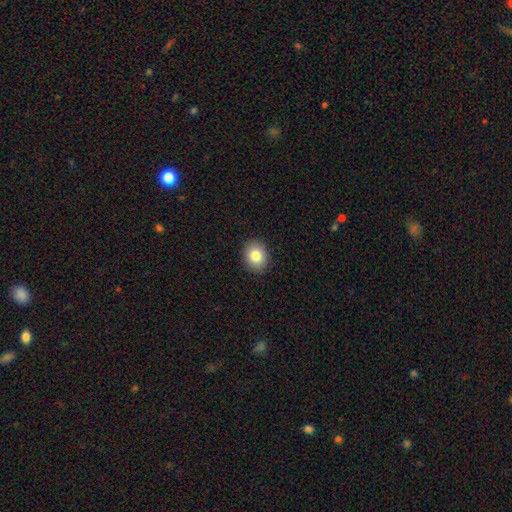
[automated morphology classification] A smooth galaxy with no disk features (84%) that is round (60%). Merging: none (91%).